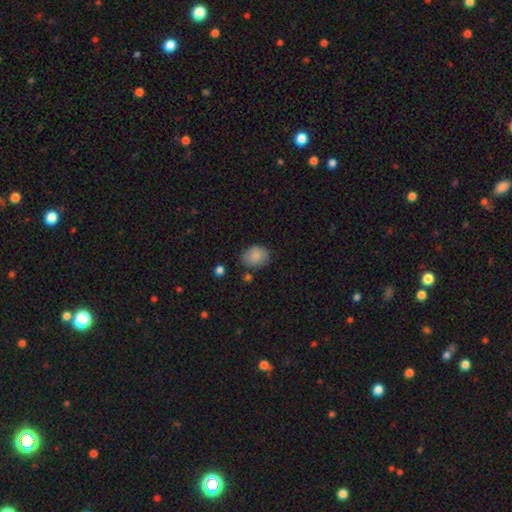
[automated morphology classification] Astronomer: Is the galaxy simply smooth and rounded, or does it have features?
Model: smooth — 85%.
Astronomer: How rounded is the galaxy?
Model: round — 51% (runner-up: in between, 48%).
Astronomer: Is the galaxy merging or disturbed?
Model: none — 72%.